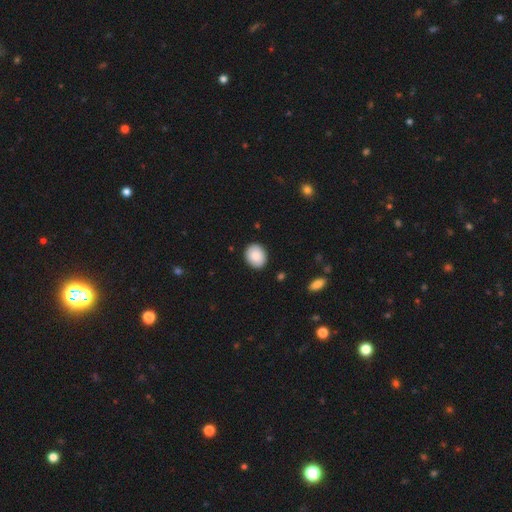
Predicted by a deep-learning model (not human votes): A smooth galaxy with no disk features (88%) that is round (50%). Merging: none (89%).